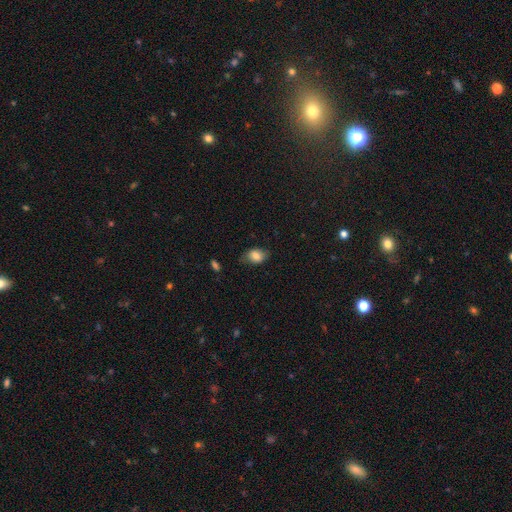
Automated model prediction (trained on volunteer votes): Overall: smooth (79%). How rounded: in between (80%). Merging: none (70%).